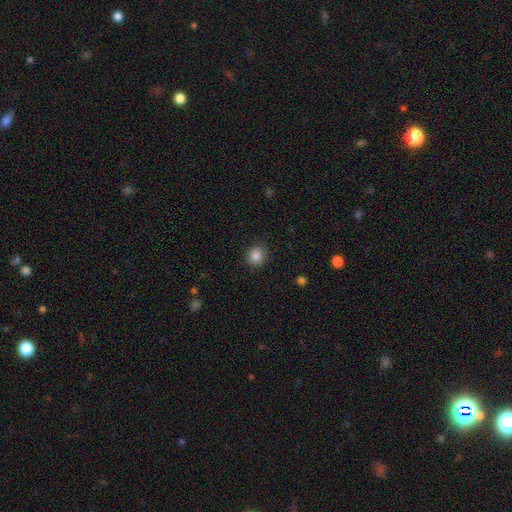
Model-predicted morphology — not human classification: smooth-or-featured: smooth: 86% | star or artifact: 10% | featured or disk: 4%
  how-rounded: round: 80% | in between: 19% | cigar-shaped: 1%
  merging: none: 89% | minor disturbance: 8% | major disturbance: 2% | merger: 1%